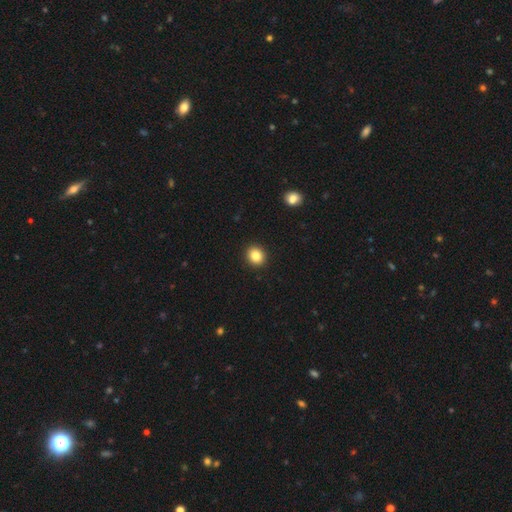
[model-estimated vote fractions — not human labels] Overall: smooth (85%). How rounded: round (80%). Merging: none (93%).